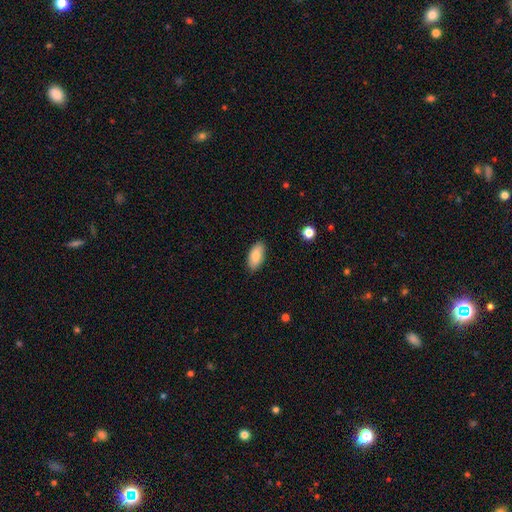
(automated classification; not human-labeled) A smooth galaxy with no disk features (84%) that is in between round and cigar-shaped (91%). Merging: none (87%).